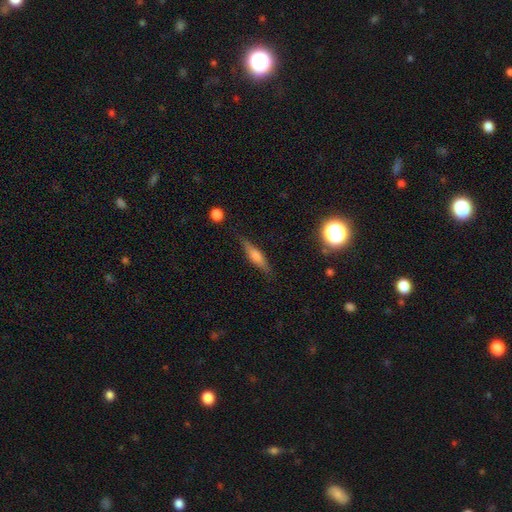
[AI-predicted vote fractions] smooth-or-featured: featured or disk: 55% | smooth: 36% | star or artifact: 9%
  disk-edge-on: yes: 94% | no: 6%
    edge-on-bulge: rounded: 75% | boxy: 17% | none: 8%
  merging: none: 84% | minor disturbance: 12% | major disturbance: 3% | merger: 1%